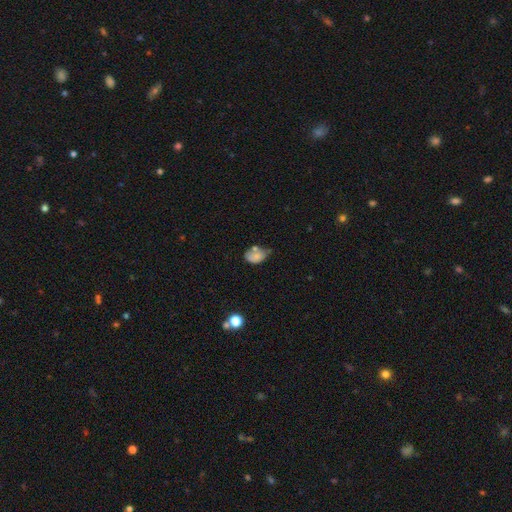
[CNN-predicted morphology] The model was most divided on "merging": none: 35%, minor disturbance: 34%, merger: 18%, major disturbance: 14%. More confident: how rounded — in between (79%); smooth or featured — smooth (71%).